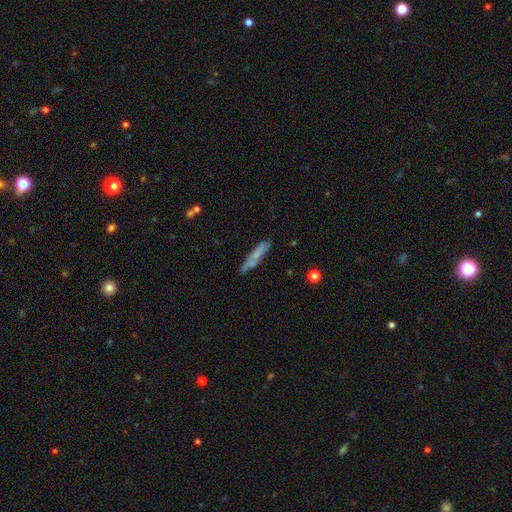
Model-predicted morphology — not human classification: A smooth galaxy with no disk features (60%) that is cigar-shaped (90%).

Vote fractions:
- Smooth or featured? smooth: 60% / featured or disk: 32% / star or artifact: 8%
- How rounded? cigar-shaped: 90% / in between: 9% / round: 2%
- Merging? none: 75% / minor disturbance: 17% / major disturbance: 4% / merger: 4%